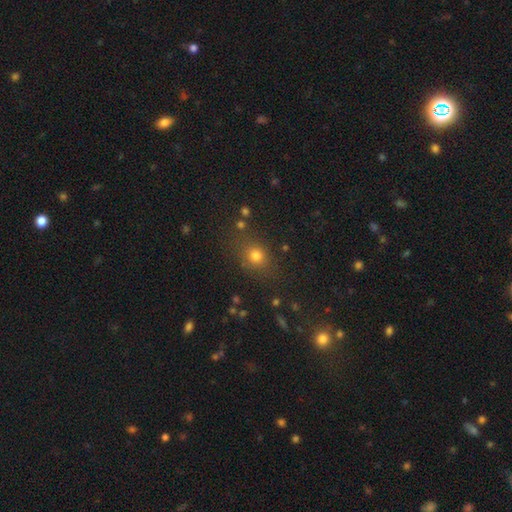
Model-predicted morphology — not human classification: Smooth or featured? Predicted: smooth (p=0.73). How rounded? Predicted: round (p=0.69). Merging? Predicted: none (p=0.80).